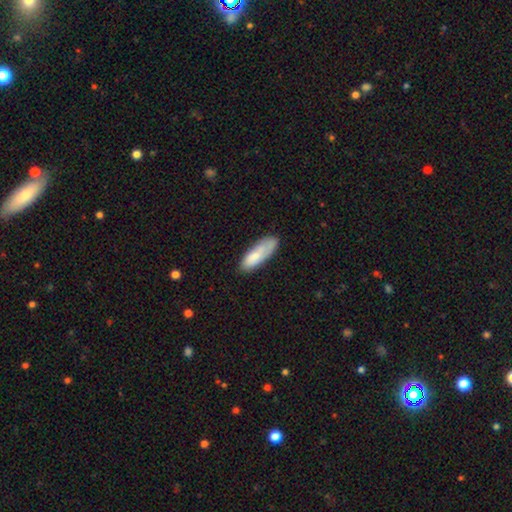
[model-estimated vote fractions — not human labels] Smooth or featured? Predicted: smooth (p=0.76). How rounded? Predicted: in between (p=0.60). Merging? Predicted: none (p=0.66).